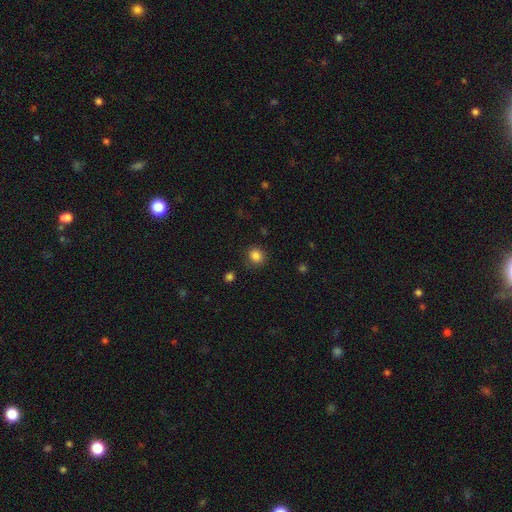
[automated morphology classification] Smooth or featured? smooth (85%)
How rounded? round (81%)
Merging? none (84%)